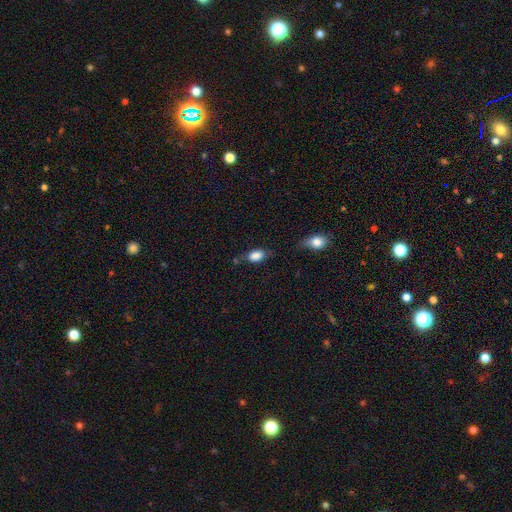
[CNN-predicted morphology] Overall: smooth (86%). How rounded: in between (87%). Merging: none (62%; minor disturbance 24%).